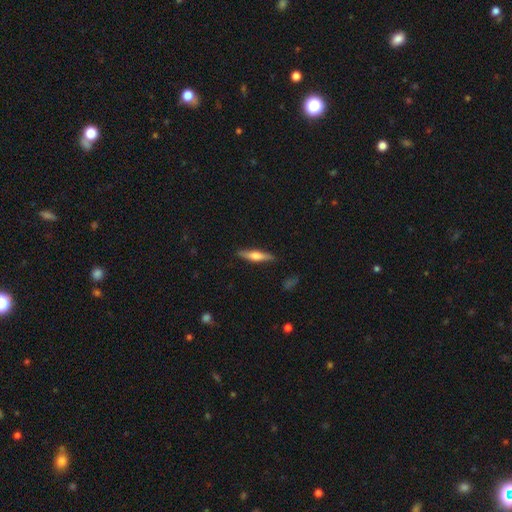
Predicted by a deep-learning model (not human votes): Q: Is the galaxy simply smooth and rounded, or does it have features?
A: smooth — 50%.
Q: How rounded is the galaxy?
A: cigar-shaped — 80%.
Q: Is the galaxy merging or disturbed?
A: none — 87%.